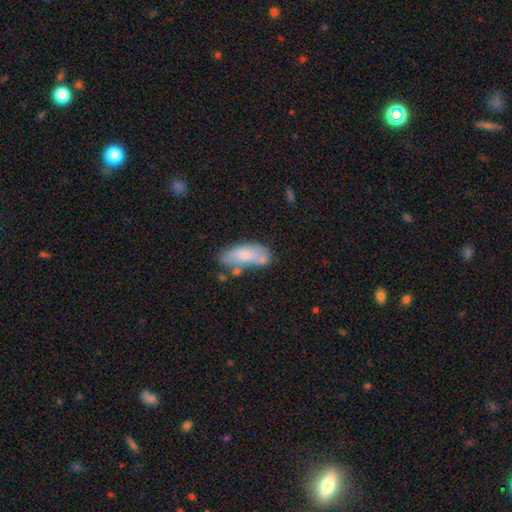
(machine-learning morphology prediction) A smooth galaxy with no disk features (70%) that is in between round and cigar-shaped (84%).

Vote fractions:
- Smooth or featured? smooth: 70% / featured or disk: 23% / star or artifact: 7%
- How rounded? in between: 84% / cigar-shaped: 13% / round: 3%
- Merging? none: 45% / minor disturbance: 25% / merger: 19% / major disturbance: 11%